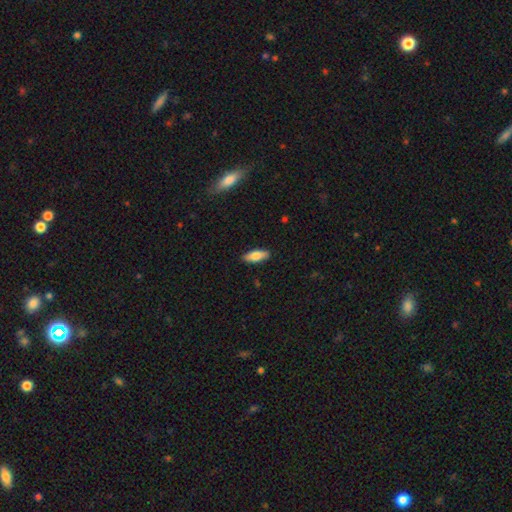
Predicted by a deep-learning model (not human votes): The model was most divided on "how rounded": in between: 74%, cigar-shaped: 24%, round: 2%. More confident: merging — none (88%); smooth or featured — smooth (79%).